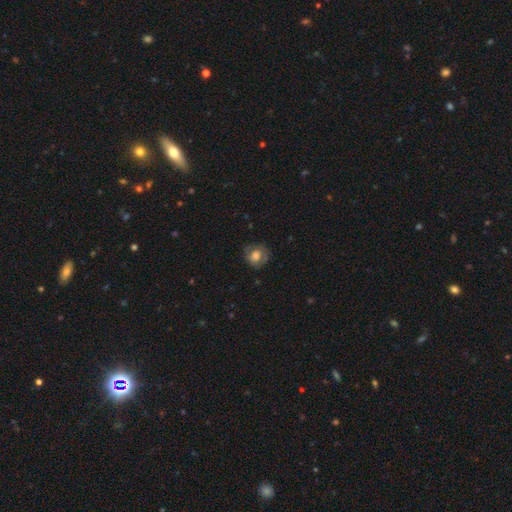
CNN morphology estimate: This appears to be a smooth galaxy with no disk features (63%) that is round (80%). Merging: none (72%).